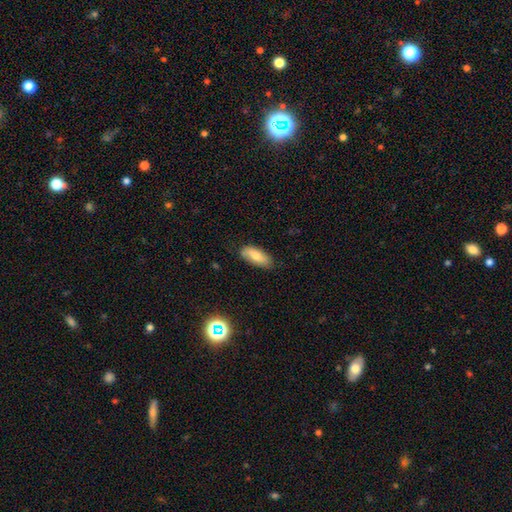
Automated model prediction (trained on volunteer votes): Overall: smooth (79%). How rounded: in between (81%). Merging: none (79%).